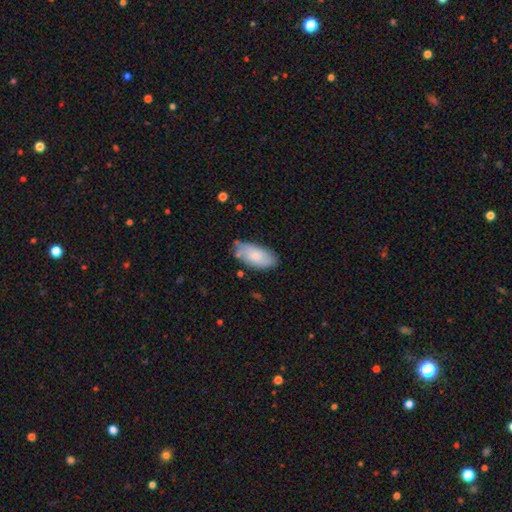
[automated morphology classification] Smooth or featured? smooth (74%)
How rounded? in between (92%)
Merging? none (69%)